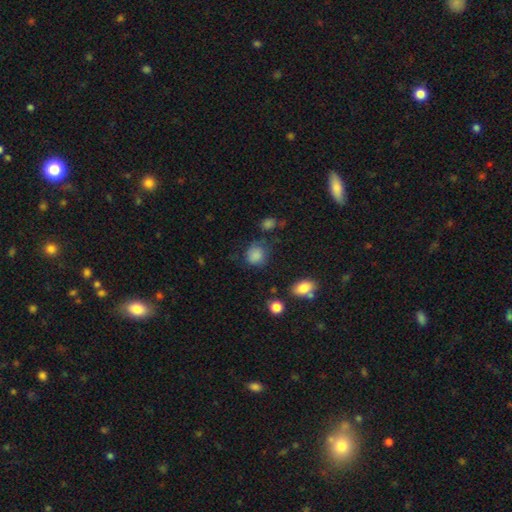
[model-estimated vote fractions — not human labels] Overall: smooth (84%). How rounded: round (72%). Merging: none (63%; minor disturbance 24%).